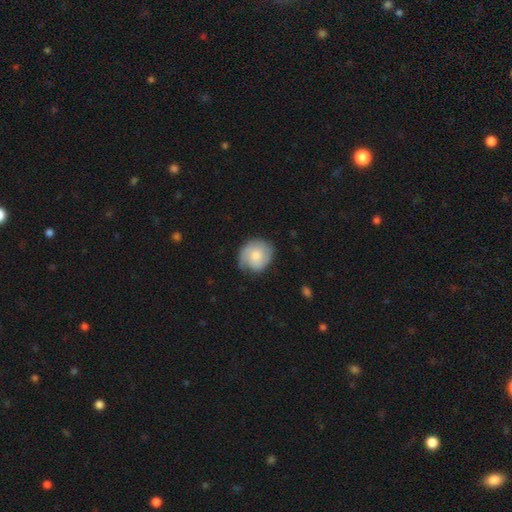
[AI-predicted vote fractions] Smooth or featured?
  - smooth: 49% *
  - featured or disk: 44%
  - star or artifact: 6%
Merging?
  - none: 66% *
  - minor disturbance: 24%
  - major disturbance: 8%
  - merger: 1%